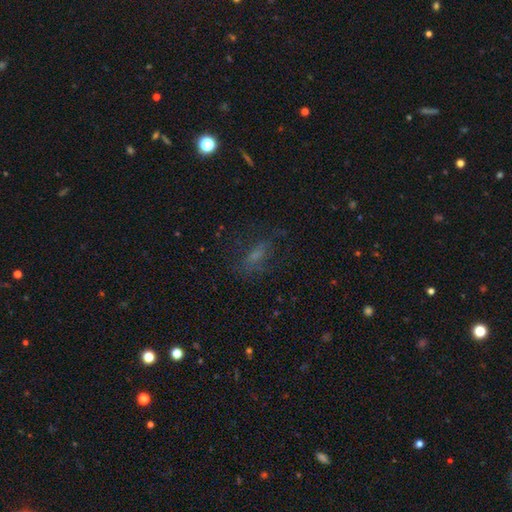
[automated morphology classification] This is possibly a smooth galaxy (46%). Merging: likely none (60%).